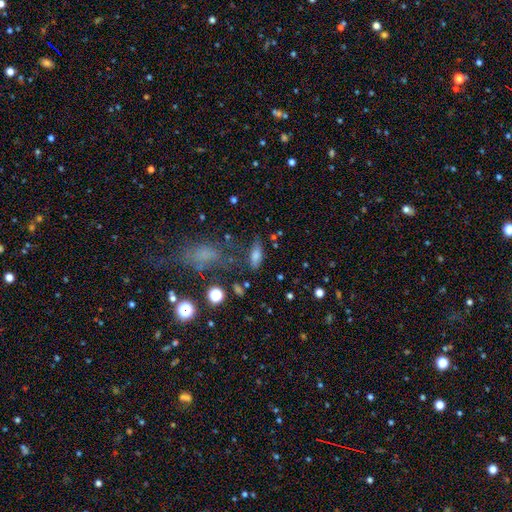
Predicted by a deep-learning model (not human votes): Smooth or featured? Predicted: smooth (p=0.72). How rounded? Predicted: in between (p=0.72). Merging? Predicted: none (p=0.60).